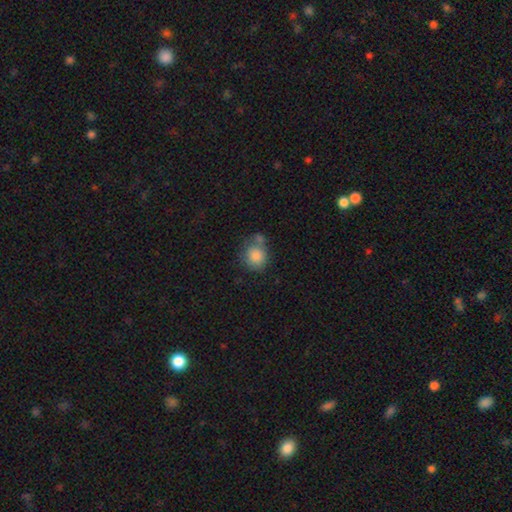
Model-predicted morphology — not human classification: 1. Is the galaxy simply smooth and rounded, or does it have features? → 84% smooth, 8% star or artifact, 7% featured or disk.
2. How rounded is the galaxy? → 82% round, 17% in between, 1% cigar-shaped.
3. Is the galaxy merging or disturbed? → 53% none, 24% merger, 17% minor disturbance, 6% major disturbance.